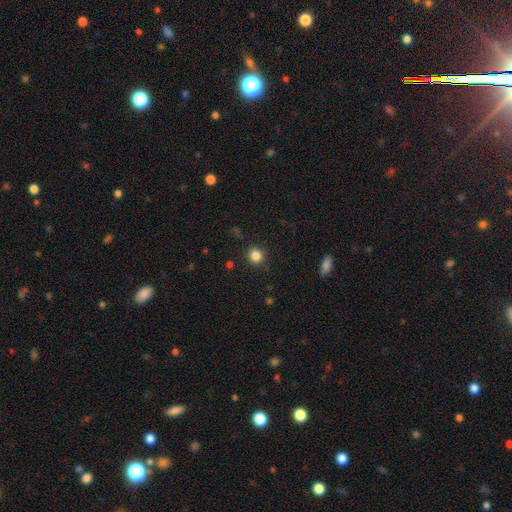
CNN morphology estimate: Smooth or featured?
  - smooth: 84% *
  - star or artifact: 11%
  - featured or disk: 4%
How rounded?
  - round: 85% *
  - in between: 14%
  - cigar-shaped: 1%
Merging?
  - none: 89% *
  - minor disturbance: 7%
  - major disturbance: 2%
  - merger: 1%